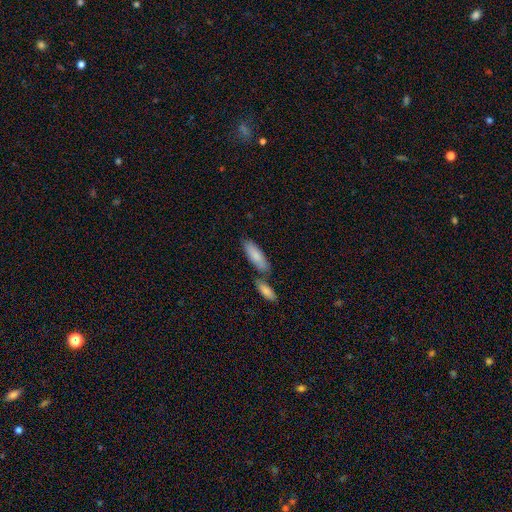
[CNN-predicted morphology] Smooth or featured: smooth — 84% (featured or disk — 10%)
How rounded: in between — 61% (cigar-shaped — 37%)
Merging: none — 56% (merger — 27%)